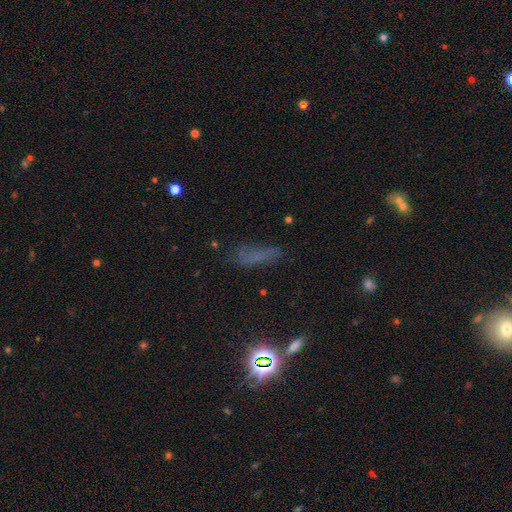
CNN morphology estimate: Smooth or featured?
  - smooth: 48% *
  - star or artifact: 32%
  - featured or disk: 21%
Merging?
  - none: 57% *
  - minor disturbance: 22%
  - major disturbance: 16%
  - merger: 5%